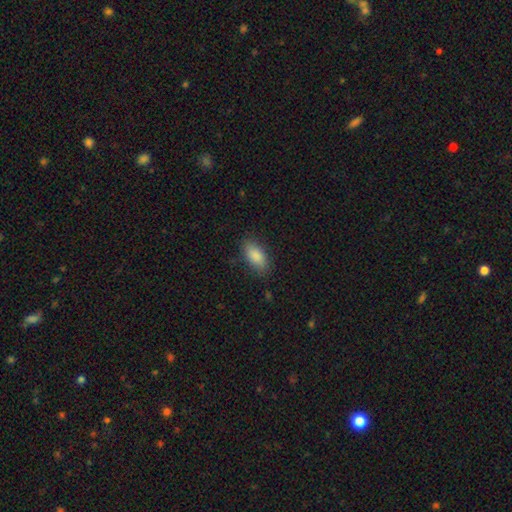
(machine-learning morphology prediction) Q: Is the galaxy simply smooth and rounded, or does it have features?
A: smooth — 87%.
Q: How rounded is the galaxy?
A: in between — 90%.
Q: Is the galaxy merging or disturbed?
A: none — 83%.